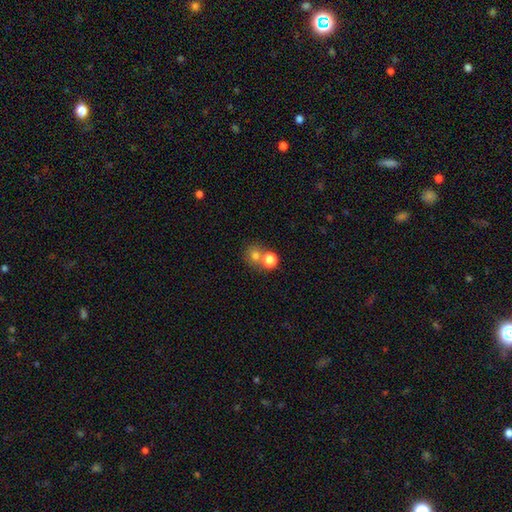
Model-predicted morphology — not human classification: smooth 74%, star or artifact 16%, featured or disk 10%. Down the decision tree: how rounded — round (84%); merging — none (53%).